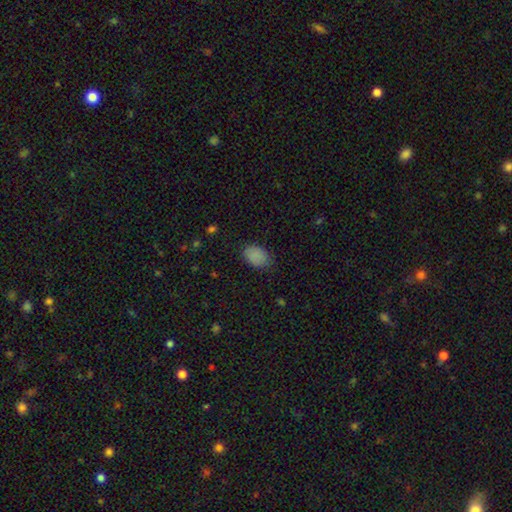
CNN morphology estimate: smooth-or-featured: smooth: 86% | star or artifact: 9% | featured or disk: 5%
  how-rounded: in between: 83% | round: 16% | cigar-shaped: 1%
  merging: none: 78% | minor disturbance: 17% | major disturbance: 4% | merger: 1%